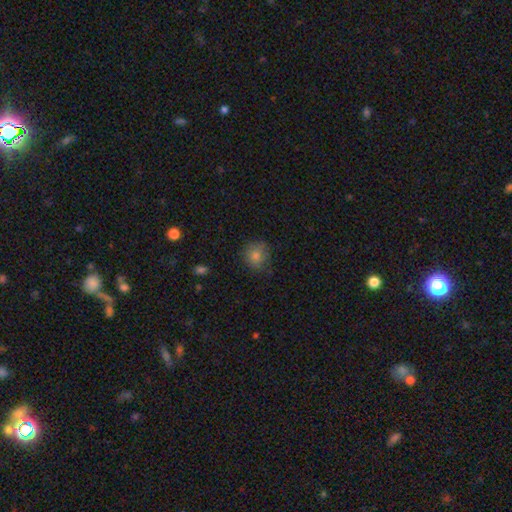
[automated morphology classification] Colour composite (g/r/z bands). It shows a smooth galaxy with no disk features (80%) that is round (85%). Merging: none (79%).